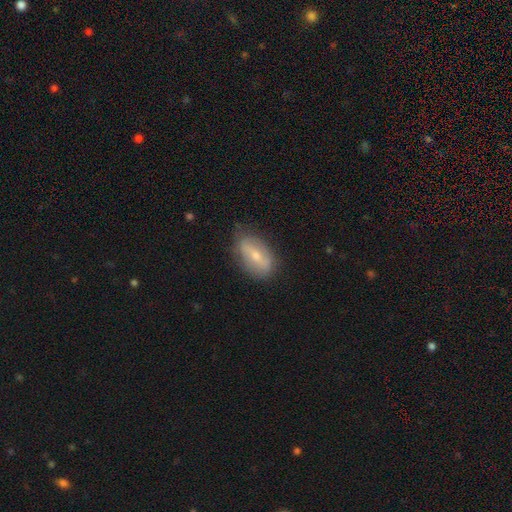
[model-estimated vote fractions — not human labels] This is possibly a featured or disk galaxy (50%). Merging: likely none (74%).